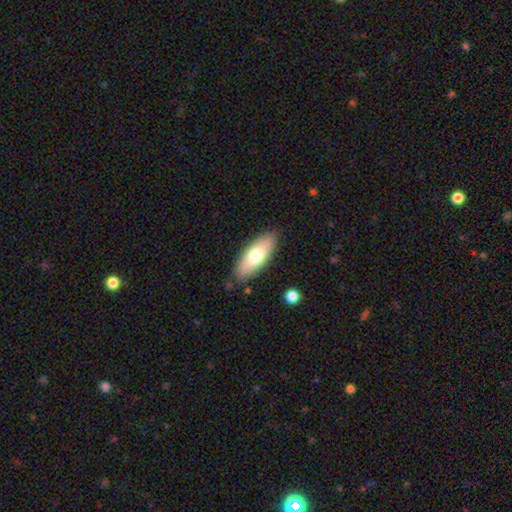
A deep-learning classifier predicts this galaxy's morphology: Smooth or featured? smooth (71%)
How rounded? in between (75%)
Merging? none (86%)